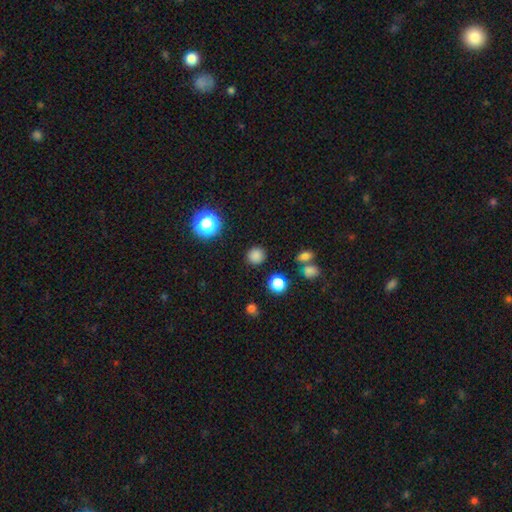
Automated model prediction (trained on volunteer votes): Q: Smooth or featured?
A: smooth (80%); runner-up: star or artifact (16%)
Q: How rounded?
A: round (92%); runner-up: in between (7%)
Q: Merging?
A: none (89%); runner-up: minor disturbance (7%)